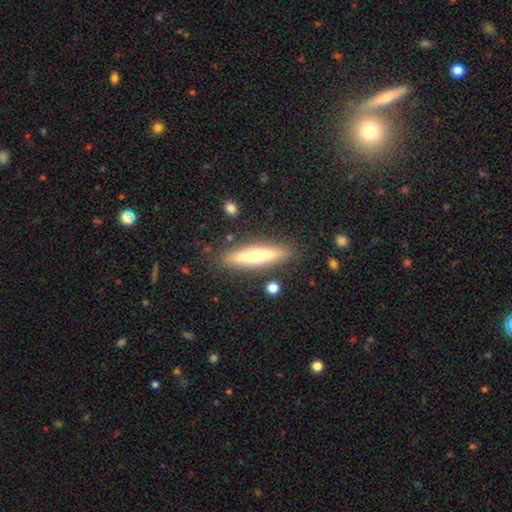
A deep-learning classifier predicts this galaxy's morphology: smooth_or_featured: featured or disk (p=0.48) [alt: smooth p=0.45]
merging: none (p=0.85) [alt: minor disturbance p=0.09]